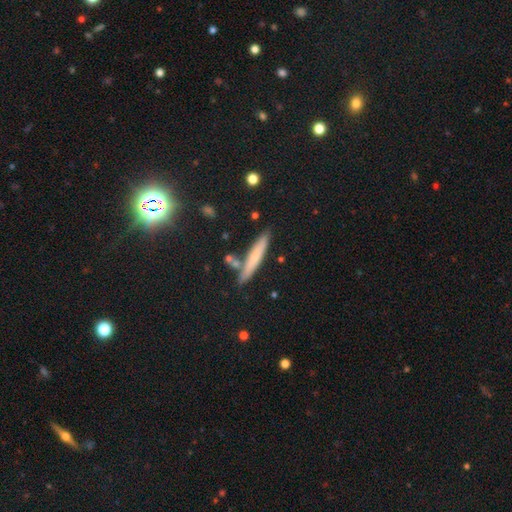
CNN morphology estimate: type=smooth (64%); roundness=cigar-shaped (92%); merging=none (81%).